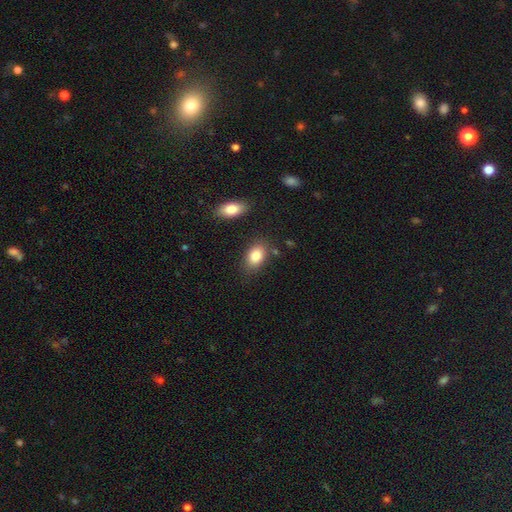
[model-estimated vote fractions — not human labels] Morphology: type=smooth (85%); roundness=in between (86%); merging=none (77%).